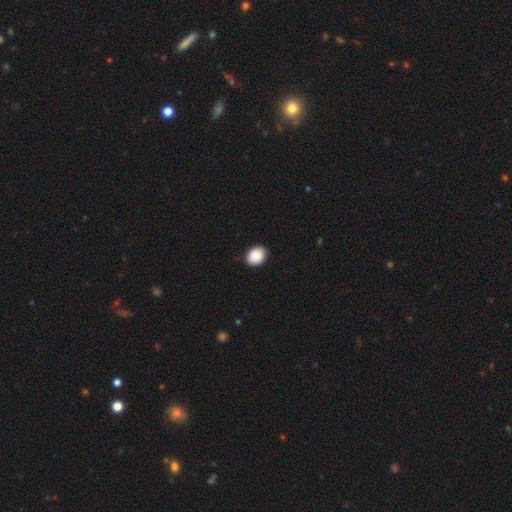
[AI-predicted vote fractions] smooth 90%, star or artifact 7%, featured or disk 3%. Down the decision tree: how rounded — in between (54%); merging — none (89%).